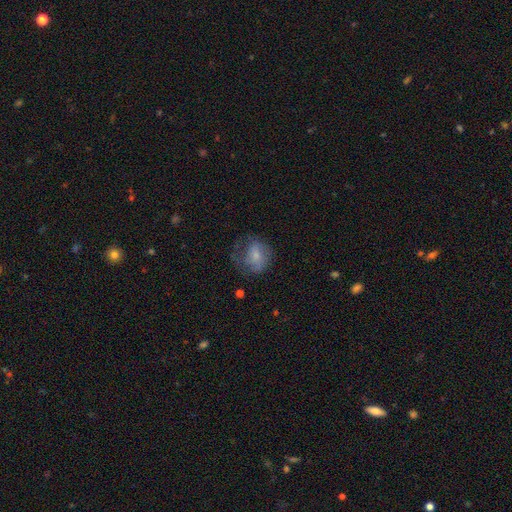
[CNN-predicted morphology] Overall: smooth (56%; featured or disk 35%). How rounded: round (61%; in between 38%). Merging: none (44%; major disturbance 28%).